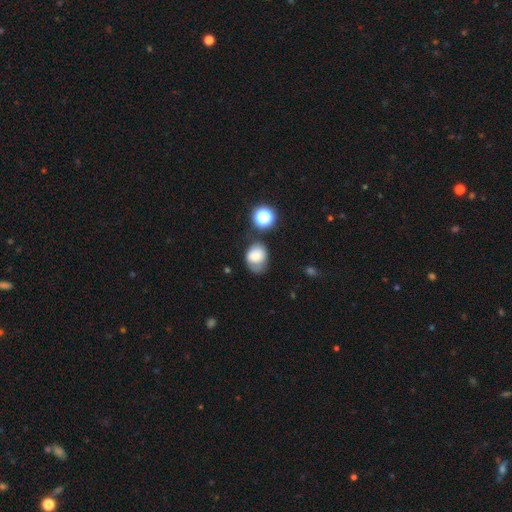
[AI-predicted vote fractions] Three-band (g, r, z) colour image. It shows a smooth galaxy with no disk features (70%) that is in between round and cigar-shaped (52%). Merging: none (46%).